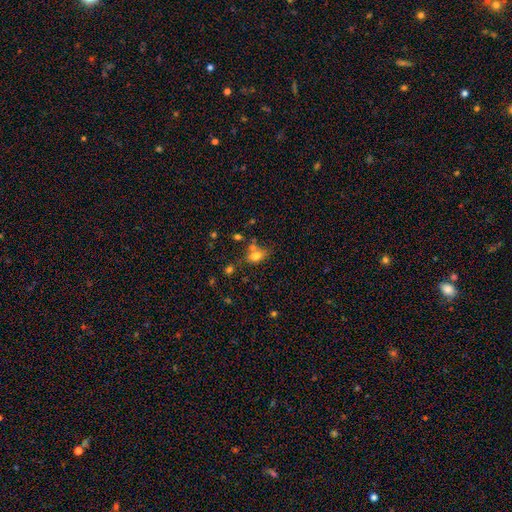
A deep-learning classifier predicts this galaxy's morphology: smooth-or-featured: smooth: 75% | star or artifact: 13% | featured or disk: 12%
  how-rounded: in between: 71% | round: 26% | cigar-shaped: 2%
  merging: none: 53% | merger: 23% | minor disturbance: 17% | major disturbance: 7%